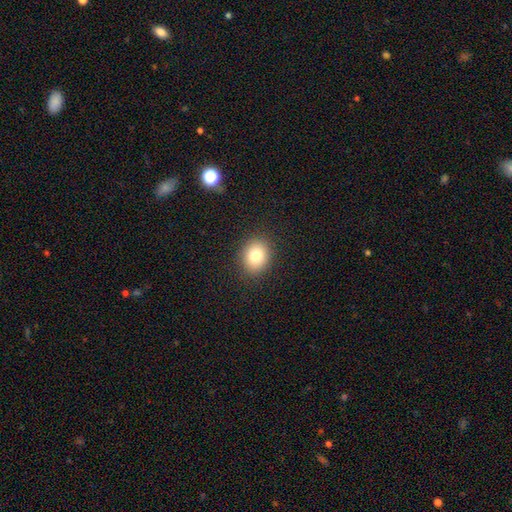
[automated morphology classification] A smooth galaxy with no disk features (80%) that is round (61%). Merging: none (89%).